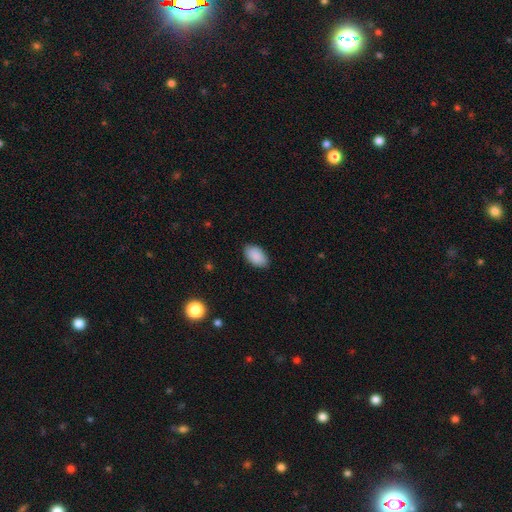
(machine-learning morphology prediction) smooth 90%, star or artifact 6%, featured or disk 3%. Down the decision tree: how rounded — in between (94%); merging — none (87%).